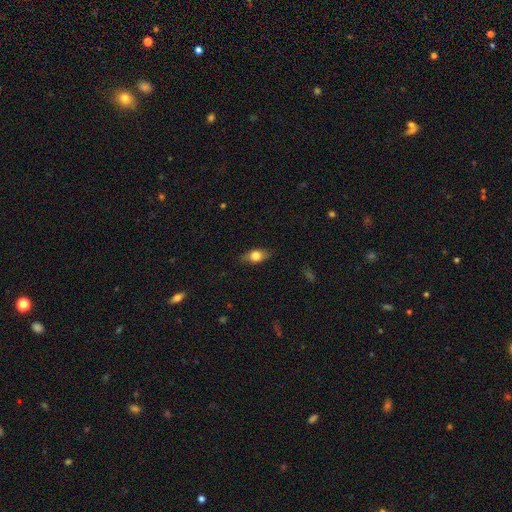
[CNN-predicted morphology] This appears to be a smooth galaxy with no disk features (72%) that is in between round and cigar-shaped (81%). Merging: none (83%).